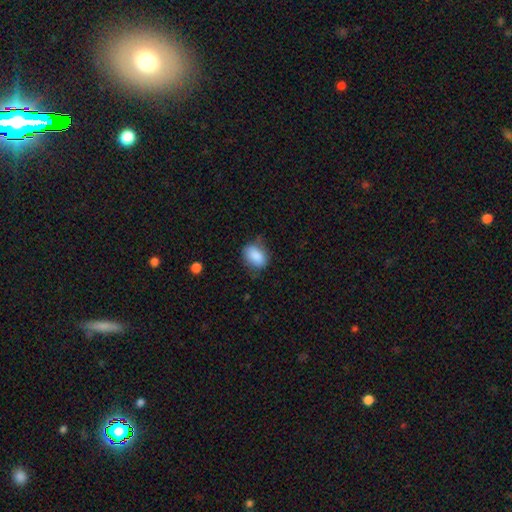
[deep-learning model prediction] smooth 86%, star or artifact 7%, featured or disk 7%. Down the decision tree: how rounded — in between (73%); merging — none (65%).